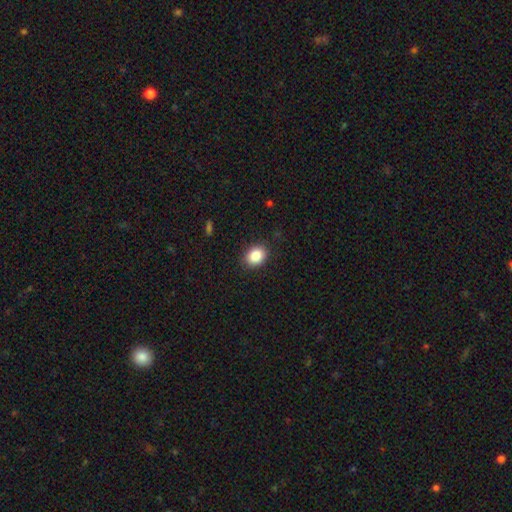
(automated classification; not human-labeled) This is clearly a smooth galaxy (87%). How rounded: likely in between (63%). Merging: clearly none (88%).